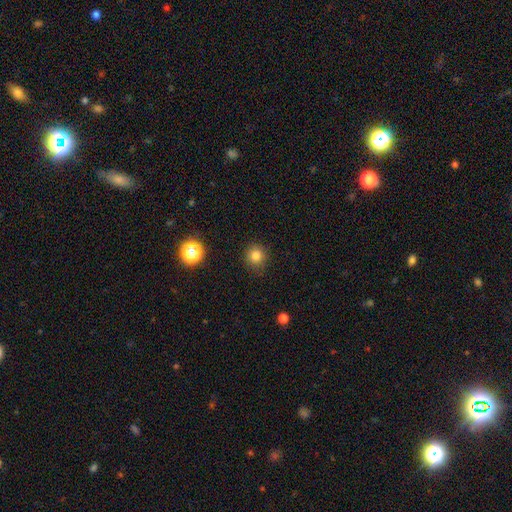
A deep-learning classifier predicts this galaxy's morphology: Smooth or featured: smooth — 81% (star or artifact — 14%)
How rounded: round — 90% (in between — 9%)
Merging: none — 86% (minor disturbance — 10%)